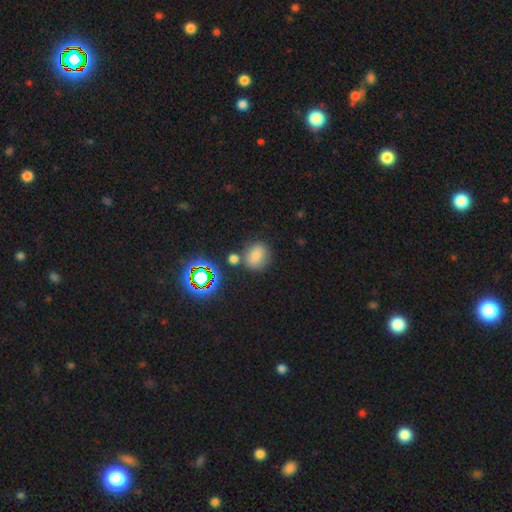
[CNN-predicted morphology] Q: Smooth or featured?
A: smooth (72%); runner-up: star or artifact (19%)
Q: How rounded?
A: round (59%); runner-up: in between (40%)
Q: Merging?
A: none (69%); runner-up: minor disturbance (14%)